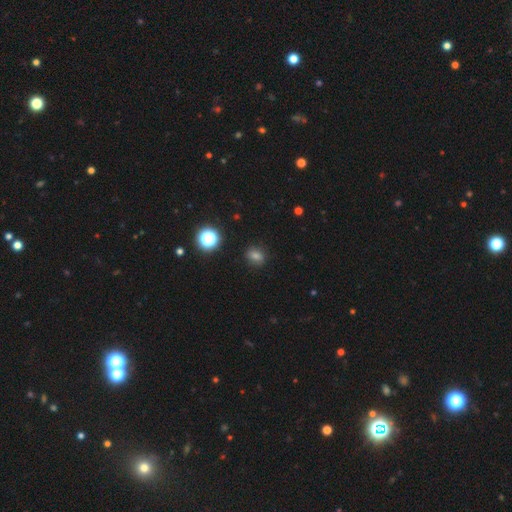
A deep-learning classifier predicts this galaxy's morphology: smooth-or-featured: smooth: 78% | star or artifact: 17% | featured or disk: 6%
  how-rounded: in between: 52% | round: 47% | cigar-shaped: 2%
  merging: none: 85% | minor disturbance: 10% | major disturbance: 3% | merger: 2%